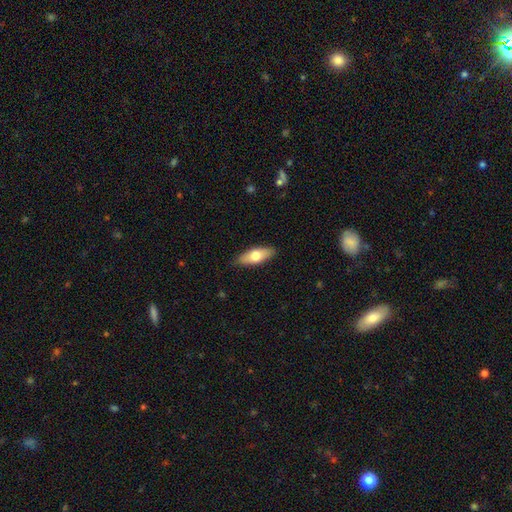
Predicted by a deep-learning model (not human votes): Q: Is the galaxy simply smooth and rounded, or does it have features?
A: smooth — 66%.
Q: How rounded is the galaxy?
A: in between — 71%.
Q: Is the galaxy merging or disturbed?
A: none — 87%.